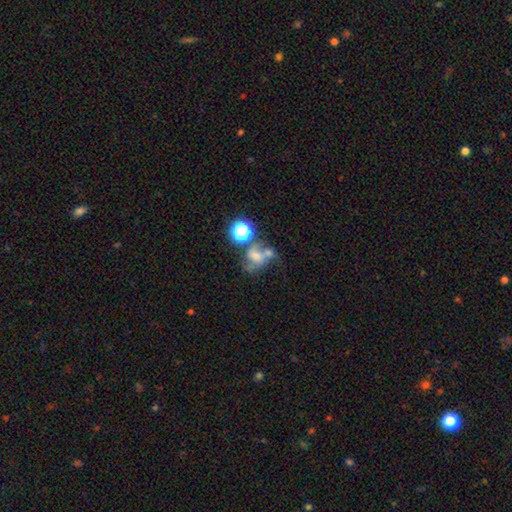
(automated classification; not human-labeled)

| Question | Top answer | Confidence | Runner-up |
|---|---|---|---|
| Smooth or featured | smooth | 41% | featured or disk (37%) |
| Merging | merger | 36% | none (28%) |